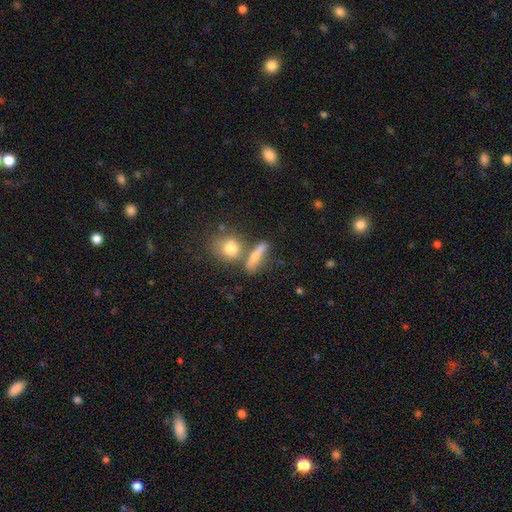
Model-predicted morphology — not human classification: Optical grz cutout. It shows a smooth galaxy with no disk features (65%) that is cigar-shaped (46%). Merging: none (55%).